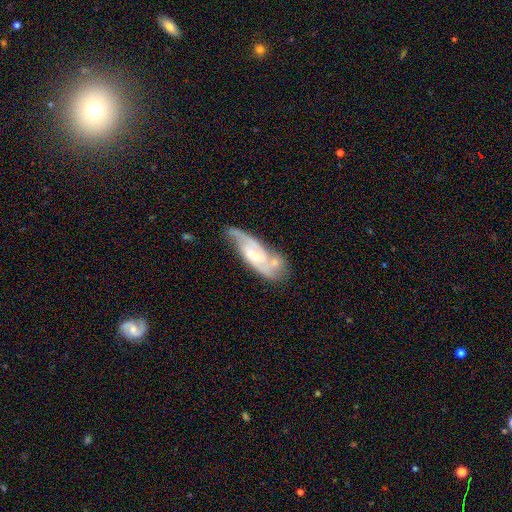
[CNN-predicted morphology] smooth-or-featured: featured or disk: 83% | smooth: 11% | star or artifact: 5%
  disk-edge-on: no: 90% | yes: 10%
    bar: weak: 46% | no: 39% | strong: 15%
    has-spiral-arms: yes: 95% | no: 5%
      spiral-winding: medium: 50% | tight: 31% | loose: 19%
      spiral-arm-count: 2: 72% | can't tell: 11% | 3: 10% | 1: 3% | 4: 2% | more than 4: 2%
    bulge-size: small: 60% | moderate: 34% | none: 3% | large: 2% | dominant: 1%
  merging: none: 56% | minor disturbance: 21% | merger: 15% | major disturbance: 8%